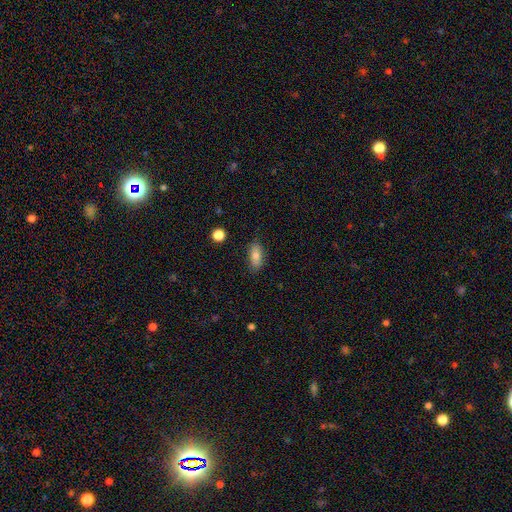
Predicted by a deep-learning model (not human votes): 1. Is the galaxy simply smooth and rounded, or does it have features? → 78% smooth, 14% featured or disk, 8% star or artifact.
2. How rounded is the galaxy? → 84% in between, 11% cigar-shaped, 4% round.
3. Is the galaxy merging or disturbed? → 83% none, 13% minor disturbance, 3% major disturbance, 2% merger.